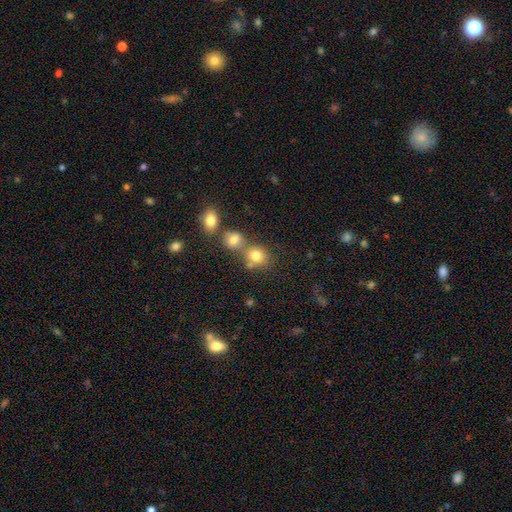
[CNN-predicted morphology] smooth-or-featured: smooth: 78% | star or artifact: 13% | featured or disk: 9%
  how-rounded: round: 69% | in between: 30% | cigar-shaped: 1%
  merging: none: 49% | merger: 36% | minor disturbance: 10% | major disturbance: 5%